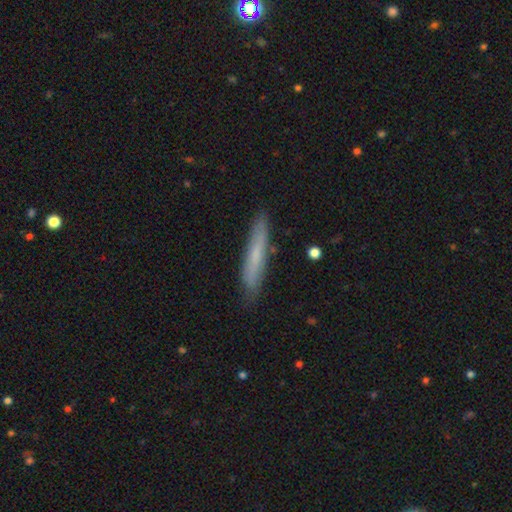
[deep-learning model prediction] Smooth or featured? Predicted: smooth (p=0.64). How rounded? Predicted: cigar-shaped (p=0.94). Merging? Predicted: none (p=0.85).